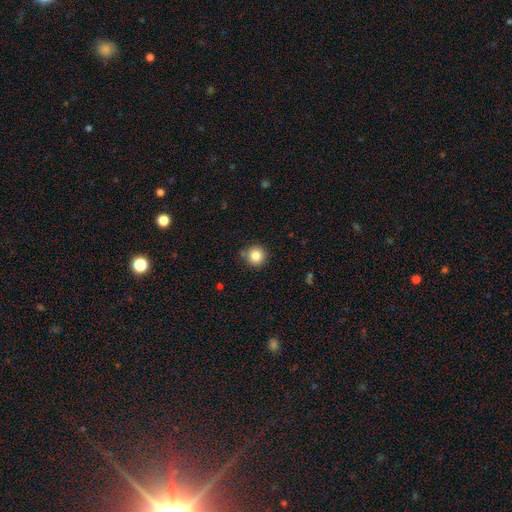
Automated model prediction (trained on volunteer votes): This appears to be a smooth galaxy with no disk features (83%) that is round (95%). Merging: none (83%).